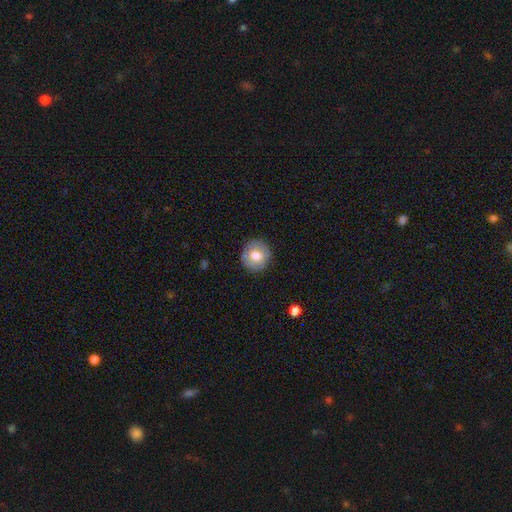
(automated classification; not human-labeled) Smooth or featured? smooth (73%)
How rounded? round (90%)
Merging? none (87%)